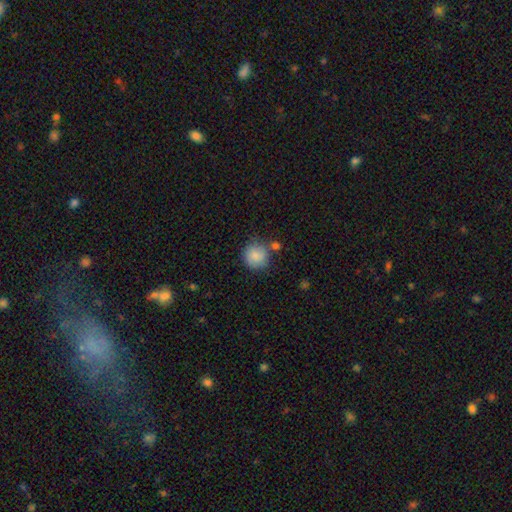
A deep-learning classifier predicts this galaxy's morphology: smooth_or_featured: smooth (p=0.84) [alt: featured or disk p=0.08]
how_rounded: round (p=0.92) [alt: in between p=0.07]
merging: none (p=0.70) [alt: minor disturbance p=0.15]